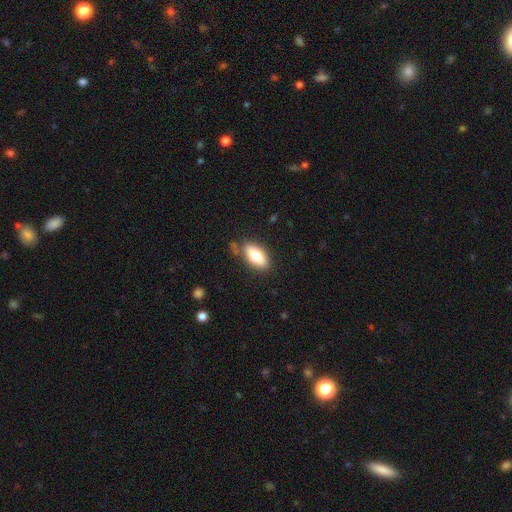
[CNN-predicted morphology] Smooth or featured? smooth (77%)
How rounded? in between (87%)
Merging? none (80%)